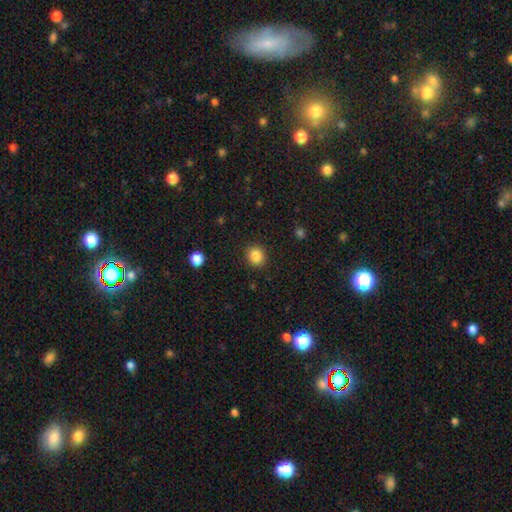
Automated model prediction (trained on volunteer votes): Smooth or featured? Predicted: smooth (p=0.85). How rounded? Predicted: round (p=0.77). Merging? Predicted: none (p=0.91).